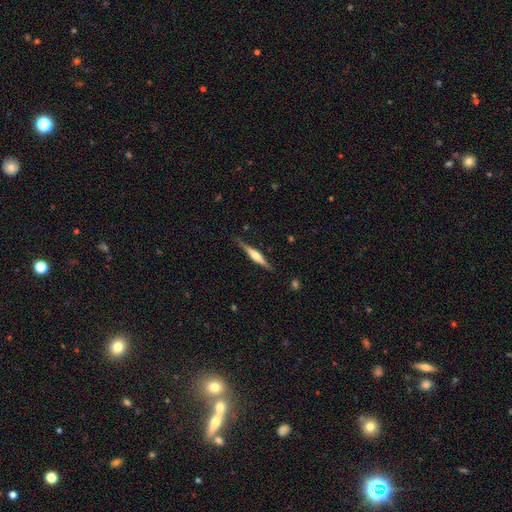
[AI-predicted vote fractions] The model was most divided on "smooth or featured": featured or disk: 65%, smooth: 29%, star or artifact: 6%. More confident: edge-on disk — yes (97%); merging — none (85%); edge-on bulge — rounded (72%).